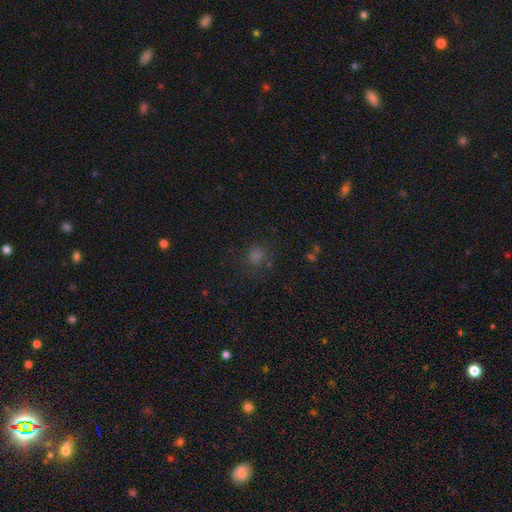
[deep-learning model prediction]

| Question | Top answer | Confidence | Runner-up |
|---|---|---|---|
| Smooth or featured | smooth | 65% | star or artifact (28%) |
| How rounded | round | 83% | in between (16%) |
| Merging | none | 78% | minor disturbance (12%) |